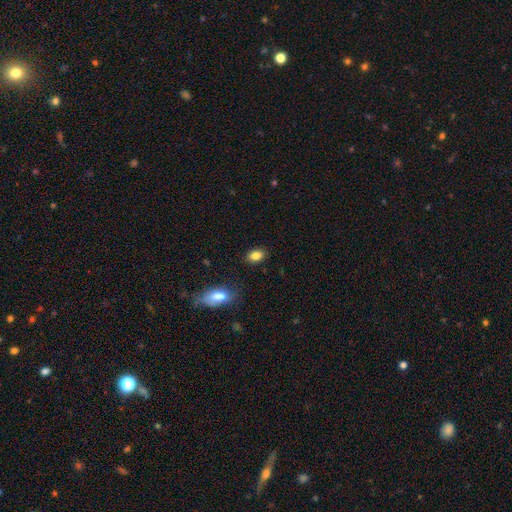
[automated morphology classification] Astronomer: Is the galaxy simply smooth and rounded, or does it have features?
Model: smooth — 85%.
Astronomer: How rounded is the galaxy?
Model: in between — 82%.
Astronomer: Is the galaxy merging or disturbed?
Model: none — 86%.